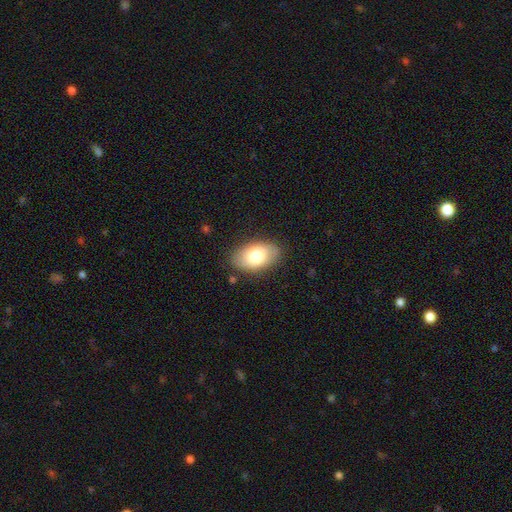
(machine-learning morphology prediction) Smooth or featured? Predicted: smooth (p=0.77). How rounded? Predicted: in between (p=0.93). Merging? Predicted: none (p=0.84).